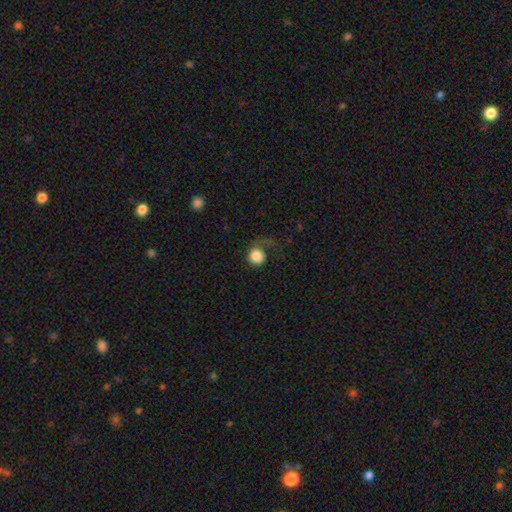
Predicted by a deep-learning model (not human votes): A smooth galaxy with no disk features (82%) that is round (86%). Merging: none (39%).